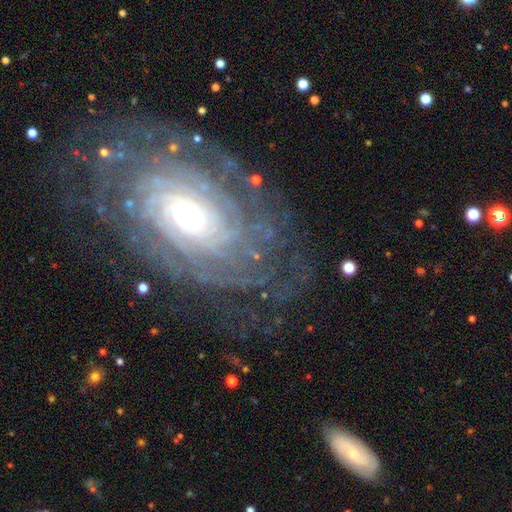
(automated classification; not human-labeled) Smooth or featured? Predicted: featured or disk (p=0.85). Edge-on disk? Predicted: no (p=0.95). Bar? Predicted: no (p=0.63). Spiral arms? Predicted: yes (p=0.95). Spiral winding? Predicted: tight (p=0.80). Spiral arm count? Predicted: can't tell (p=0.41). Bulge size? Predicted: moderate (p=0.59). Merging? Predicted: none (p=0.76).